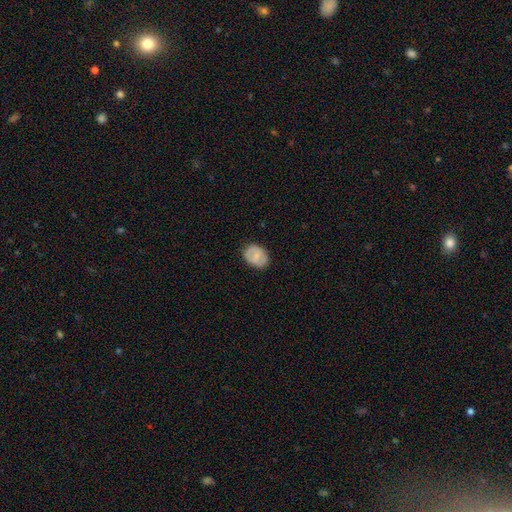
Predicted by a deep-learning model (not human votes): The model was most divided on "how rounded": in between: 70%, round: 29%, cigar-shaped: 1%. More confident: merging — none (83%); smooth or featured — smooth (69%).